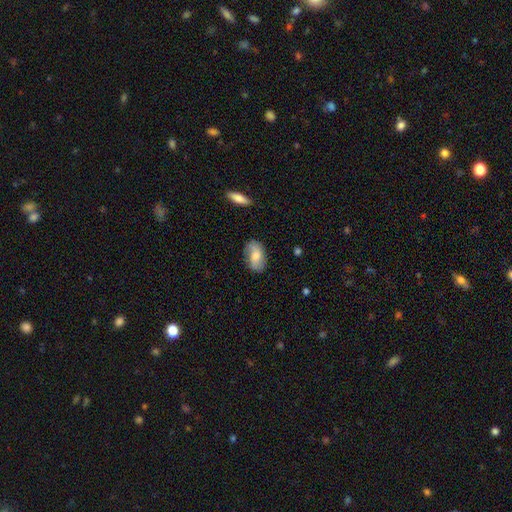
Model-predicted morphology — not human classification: smooth 63%, featured or disk 30%, star or artifact 7%. Down the decision tree: how rounded — in between (90%); merging — none (74%).